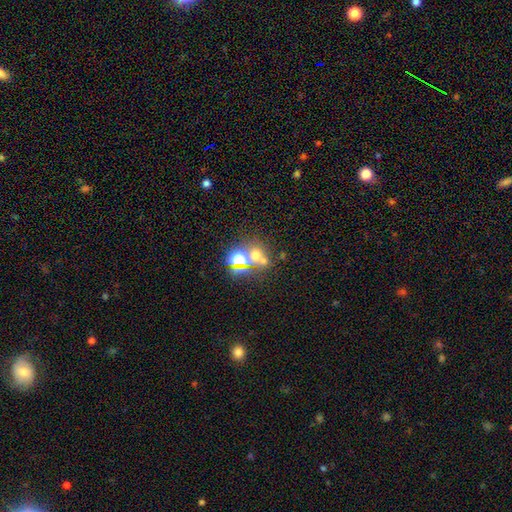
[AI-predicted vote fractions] A smooth galaxy with no disk features (46%).

Vote fractions:
- Smooth or featured? smooth: 46% / star or artifact: 38% / featured or disk: 16%
- Merging? none: 48% / merger: 38% / minor disturbance: 8% / major disturbance: 6%